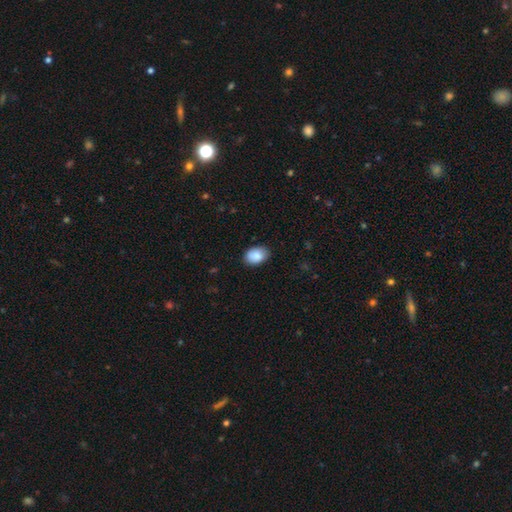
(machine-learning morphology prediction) A smooth galaxy with no disk features (89%) that is in between round and cigar-shaped (80%). Merging: none (85%).